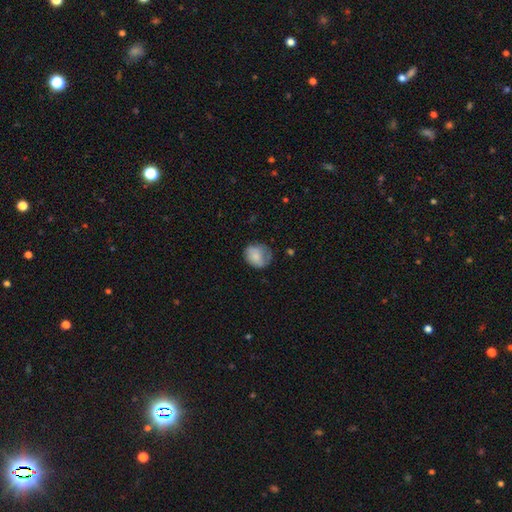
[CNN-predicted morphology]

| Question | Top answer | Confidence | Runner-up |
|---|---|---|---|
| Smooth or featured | smooth | 72% | featured or disk (21%) |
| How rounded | round | 69% | in between (30%) |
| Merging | none | 55% | minor disturbance (30%) |